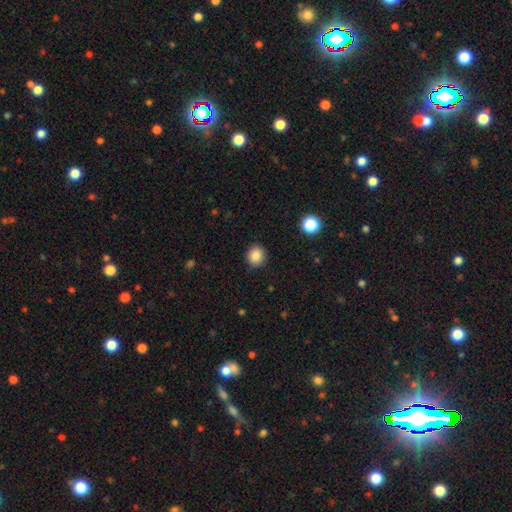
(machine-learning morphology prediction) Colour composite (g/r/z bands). It shows a smooth galaxy with no disk features (86%) that is round (78%). Merging: none (90%).